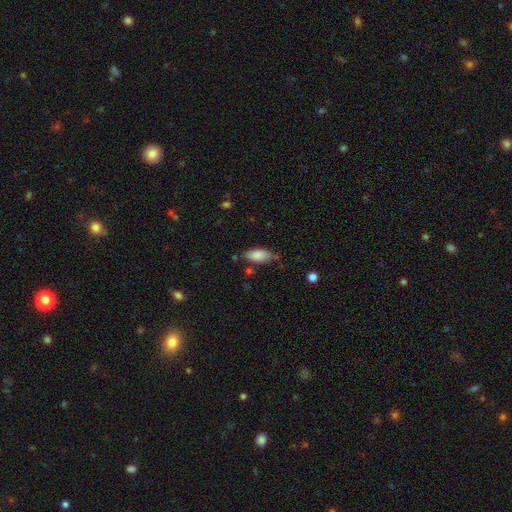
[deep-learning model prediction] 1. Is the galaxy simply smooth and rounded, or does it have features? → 85% smooth, 8% featured or disk, 7% star or artifact.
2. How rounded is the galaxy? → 87% in between, 11% cigar-shaped, 2% round.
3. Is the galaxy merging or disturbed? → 64% none, 26% minor disturbance, 6% major disturbance, 4% merger.